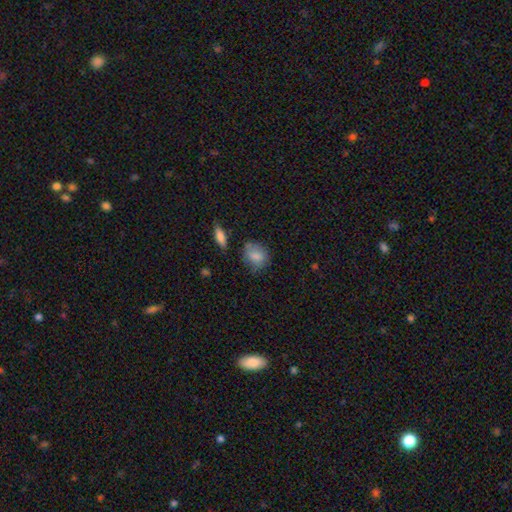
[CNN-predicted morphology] The model was most divided on "how rounded" (2-way tie): in between: 49%, round: 49%, cigar-shaped: 2%. More confident: smooth or featured — smooth (80%); merging — none (60%).